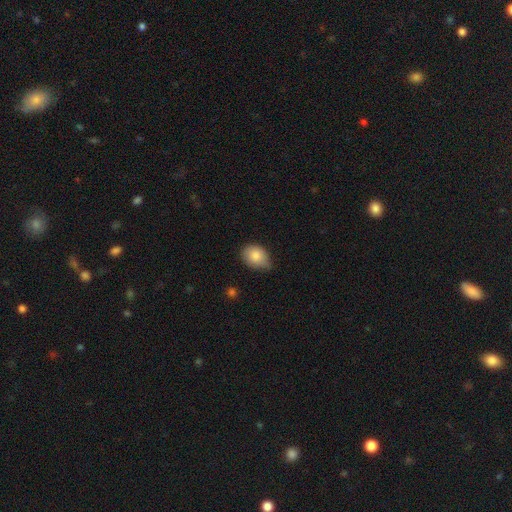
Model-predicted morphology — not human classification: This is clearly a smooth galaxy (83%). How rounded: likely in between (66%). Merging: possibly none (52%).